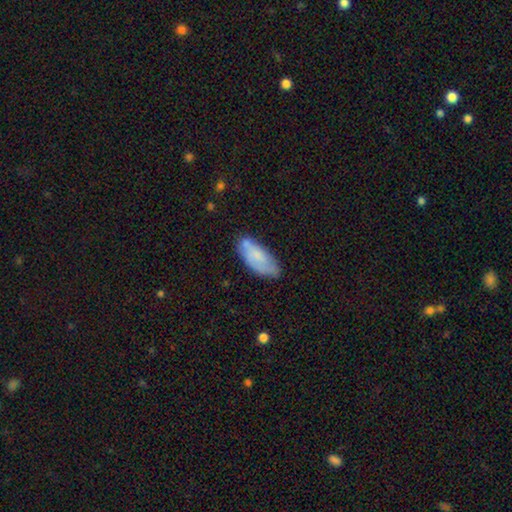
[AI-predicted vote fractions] Morphology: type=smooth (66%); roundness=in between (81%); merging=none (59%).